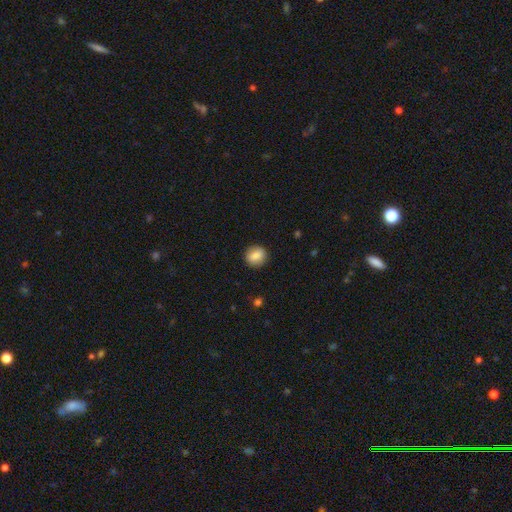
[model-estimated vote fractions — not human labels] Q: Smooth or featured?
A: smooth (84%); runner-up: star or artifact (8%)
Q: How rounded?
A: round (75%); runner-up: in between (23%)
Q: Merging?
A: none (89%); runner-up: minor disturbance (8%)